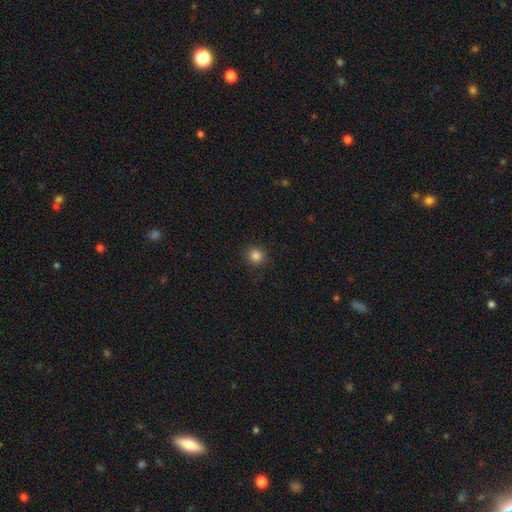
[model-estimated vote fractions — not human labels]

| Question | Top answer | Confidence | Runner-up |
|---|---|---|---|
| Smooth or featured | smooth | 84% | star or artifact (12%) |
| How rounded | round | 91% | in between (8%) |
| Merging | none | 90% | minor disturbance (7%) |